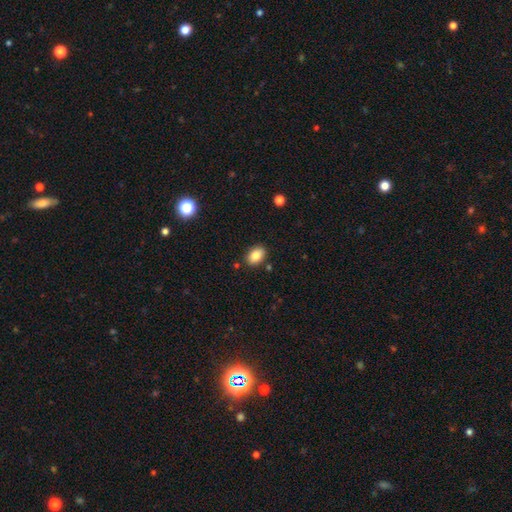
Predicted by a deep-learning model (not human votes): smooth_or_featured: smooth (p=0.84) [alt: star or artifact p=0.09]
how_rounded: in between (p=0.85) [alt: round p=0.14]
merging: none (p=0.85) [alt: minor disturbance p=0.10]